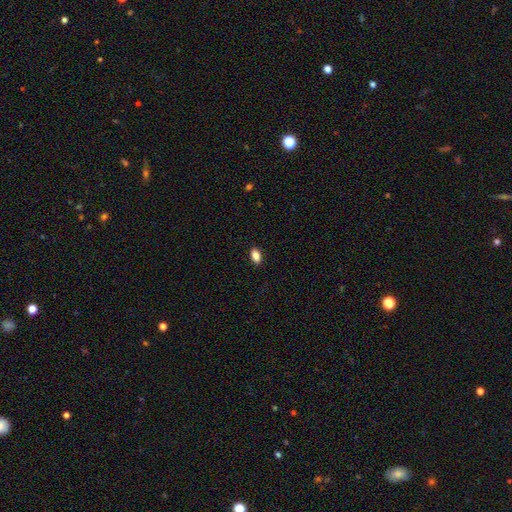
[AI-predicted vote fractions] This appears to be a smooth galaxy with no disk features (84%) that is in between round and cigar-shaped (88%). Merging: none (89%).